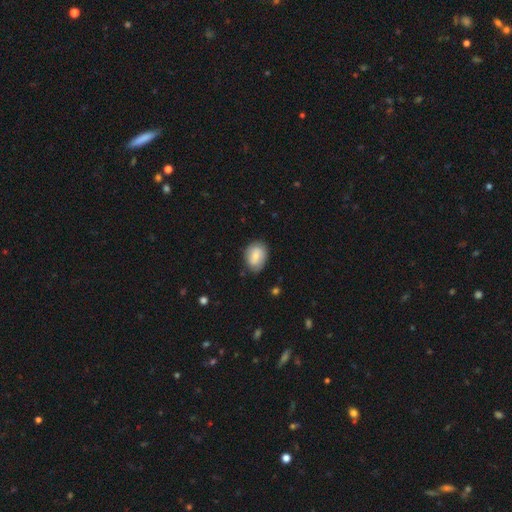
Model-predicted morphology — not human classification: A smooth galaxy with no disk features (62%) that is in between round and cigar-shaped (67%). Merging: none (75%).